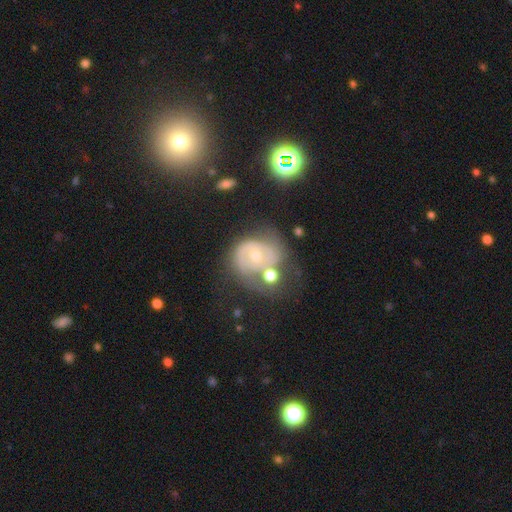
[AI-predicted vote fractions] The model was most divided on "bulge size": small: 55%, moderate: 40%, large: 2%, none: 2%, dominant: 1%. Remaining: edge-on disk — no (97%); bar — no (73%); spiral arms — yes (67%); smooth or featured — featured or disk (63%); merging — none (40%).